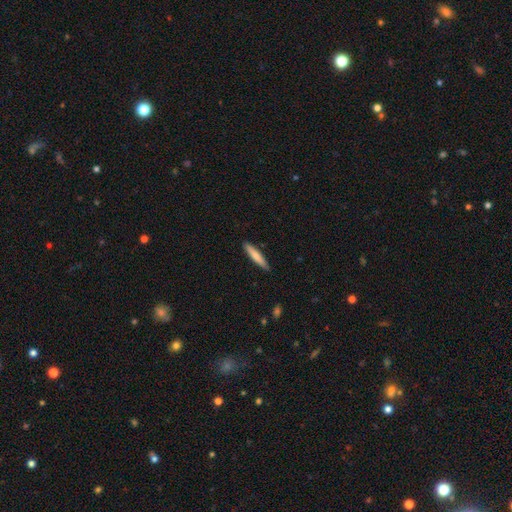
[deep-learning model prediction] The model was most divided on "smooth or featured": smooth: 71%, featured or disk: 24%, star or artifact: 5%. More confident: how rounded — cigar-shaped (92%); merging — none (90%).